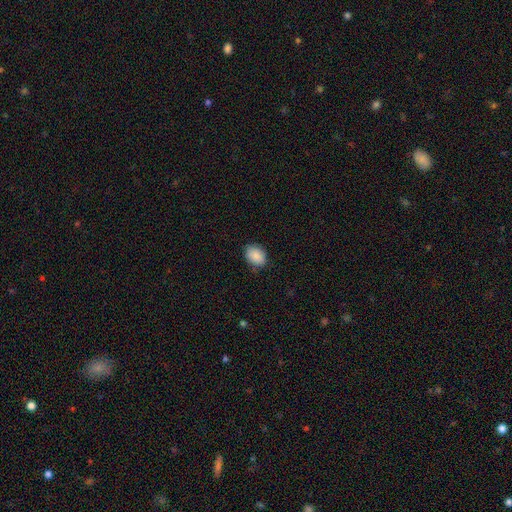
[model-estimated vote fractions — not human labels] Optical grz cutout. It shows a smooth galaxy with no disk features (88%) that is in between round and cigar-shaped (68%). Merging: none (81%).